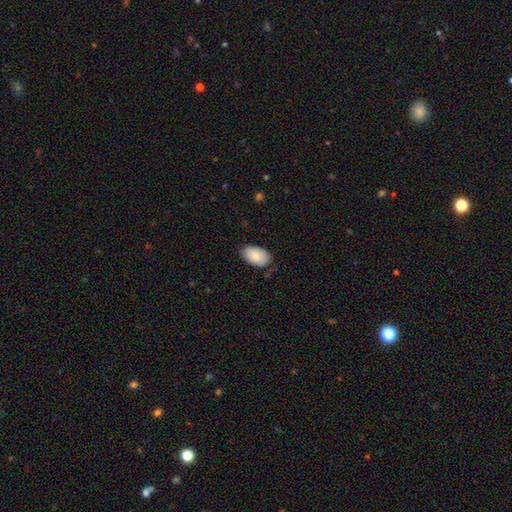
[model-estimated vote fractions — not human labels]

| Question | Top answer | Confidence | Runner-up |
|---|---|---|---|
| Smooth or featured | smooth | 83% | featured or disk (11%) |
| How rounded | in between | 93% | round (6%) |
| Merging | none | 75% | minor disturbance (21%) |